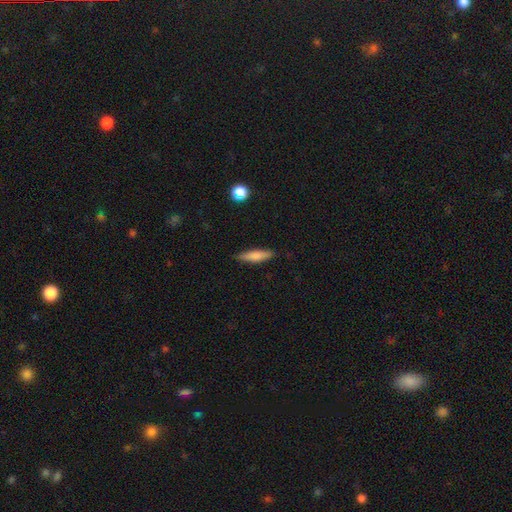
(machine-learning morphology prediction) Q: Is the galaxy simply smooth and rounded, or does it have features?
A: smooth — 77%.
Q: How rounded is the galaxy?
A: cigar-shaped — 72%.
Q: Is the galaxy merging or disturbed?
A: none — 86%.